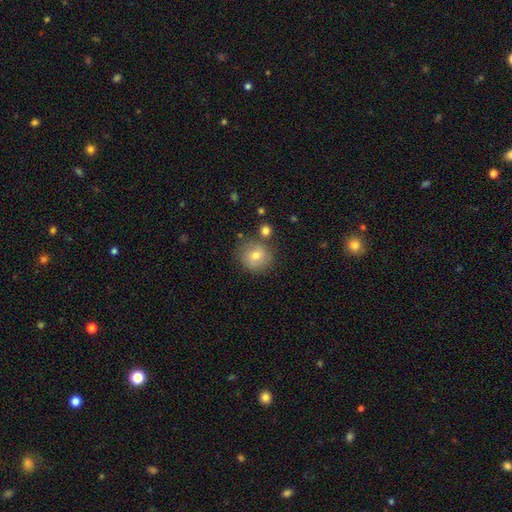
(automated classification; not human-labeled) Q: Smooth or featured?
A: smooth (70%); runner-up: featured or disk (20%)
Q: How rounded?
A: round (86%); runner-up: in between (13%)
Q: Merging?
A: none (76%); runner-up: minor disturbance (13%)